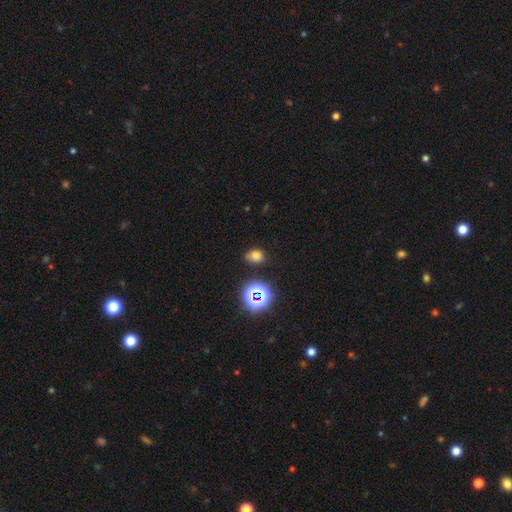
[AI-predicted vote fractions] A smooth galaxy with no disk features (71%) that is round (50%). Merging: none (68%).